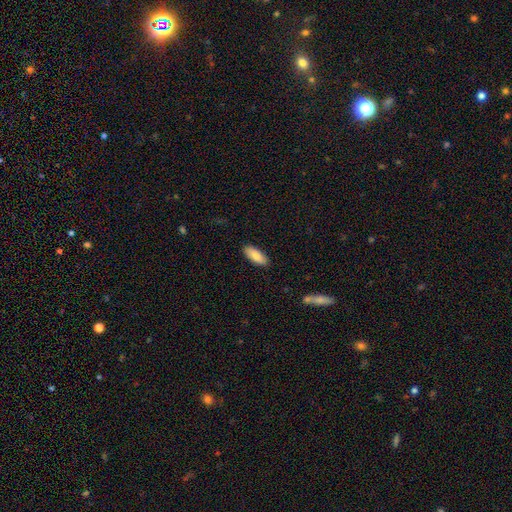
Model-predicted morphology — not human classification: This is clearly a smooth galaxy (85%). How rounded: clearly in between (80%). Merging: clearly none (88%).